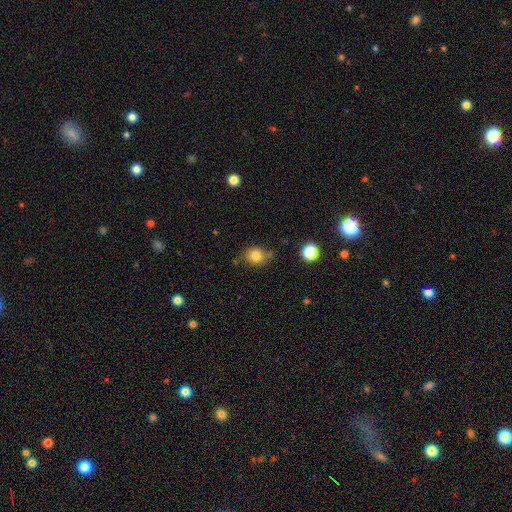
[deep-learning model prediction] A smooth galaxy with no disk features (79%) that is round (68%).

Vote fractions:
- Smooth or featured? smooth: 79% / star or artifact: 12% / featured or disk: 10%
- How rounded? round: 68% / in between: 31% / cigar-shaped: 1%
- Merging? none: 67% / minor disturbance: 21% / merger: 7% / major disturbance: 5%